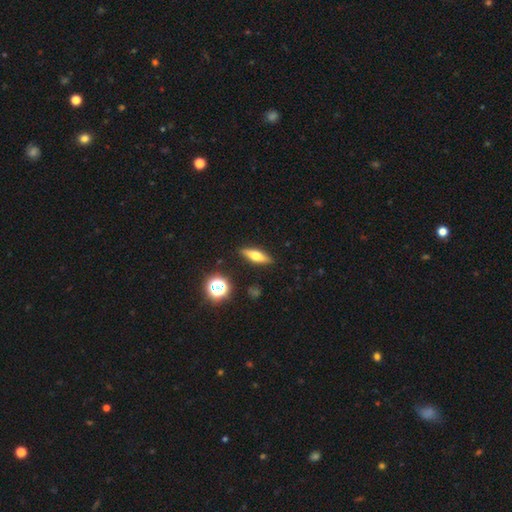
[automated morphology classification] A smooth galaxy with no disk features (50%).

Vote fractions:
- Smooth or featured? smooth: 50% / featured or disk: 41% / star or artifact: 10%
- Merging? none: 89% / minor disturbance: 8% / major disturbance: 2% / merger: 2%